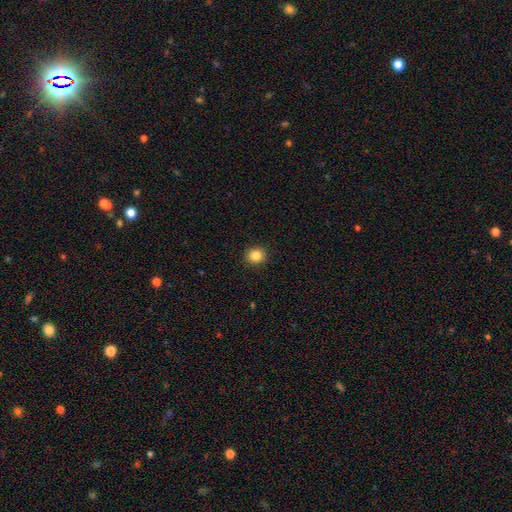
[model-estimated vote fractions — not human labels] smooth-or-featured: smooth: 84% | star or artifact: 11% | featured or disk: 6%
  how-rounded: round: 88% | in between: 11% | cigar-shaped: 1%
  merging: none: 92% | minor disturbance: 6% | major disturbance: 2% | merger: 1%